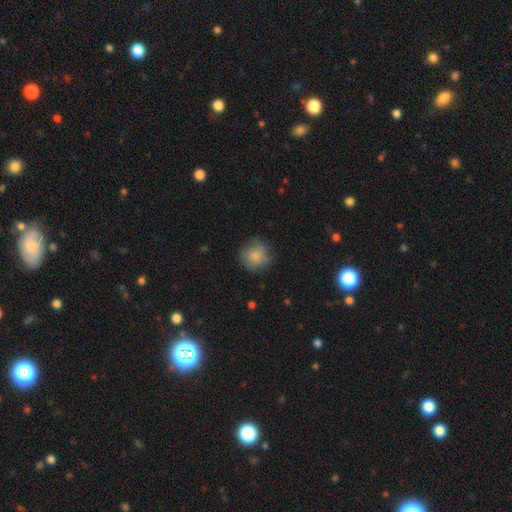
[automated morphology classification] Smooth or featured?
  - smooth: 84% *
  - featured or disk: 8%
  - star or artifact: 7%
How rounded?
  - round: 91% *
  - in between: 8%
  - cigar-shaped: 1%
Merging?
  - none: 76% *
  - minor disturbance: 18%
  - major disturbance: 5%
  - merger: 1%